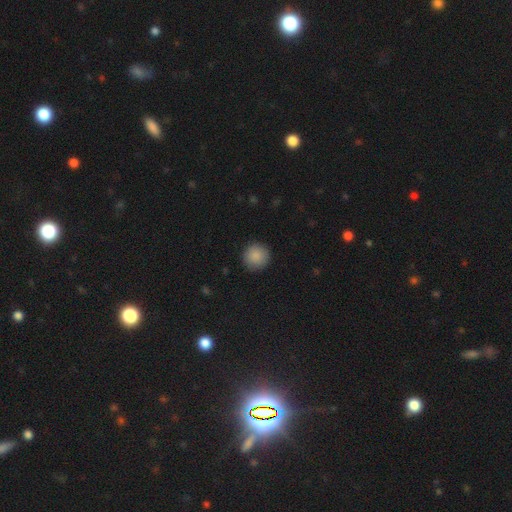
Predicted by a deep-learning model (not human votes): Morphology: type=smooth (89%); roundness=round (95%); merging=none (91%).